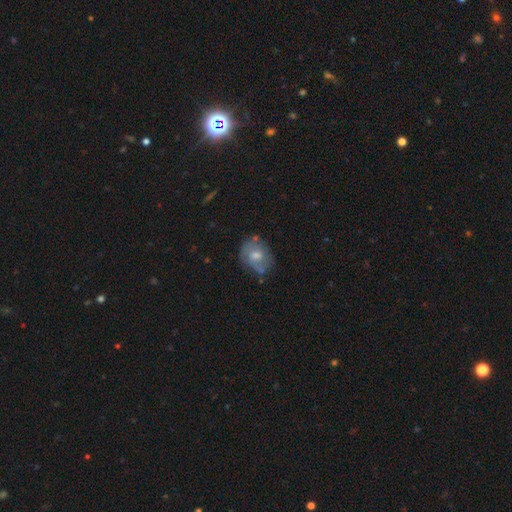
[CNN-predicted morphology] smooth 52%, featured or disk 41%, star or artifact 8%. Down the decision tree: how rounded — in between (54%); merging — none (54%).